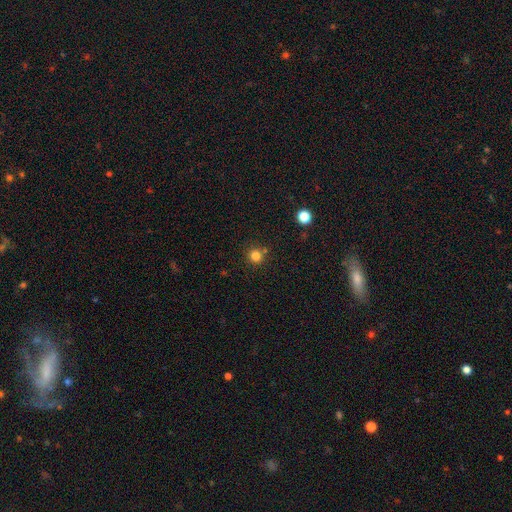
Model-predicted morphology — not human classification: This appears to be a smooth galaxy with no disk features (81%) that is round (93%). Merging: none (81%).